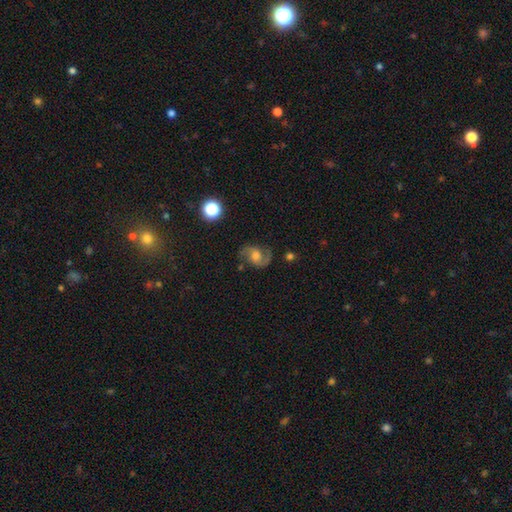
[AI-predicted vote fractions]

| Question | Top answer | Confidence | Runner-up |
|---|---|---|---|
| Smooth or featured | featured or disk | 80% | smooth (11%) |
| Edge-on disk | no | 98% | yes (2%) |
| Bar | no | 60% | weak (34%) |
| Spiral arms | yes | 96% | no (4%) |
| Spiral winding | medium | 53% | loose (34%) |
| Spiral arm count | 2 | 92% | 1 (3%) |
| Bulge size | moderate | 55% | small (20%) |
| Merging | none | 76% | minor disturbance (15%) |